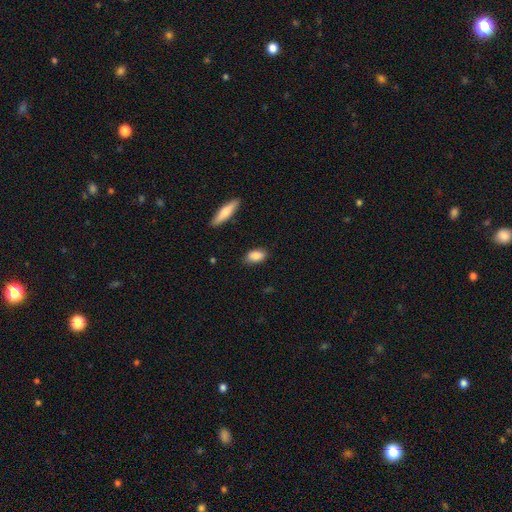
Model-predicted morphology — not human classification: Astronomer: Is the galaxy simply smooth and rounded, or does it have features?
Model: smooth — 85%.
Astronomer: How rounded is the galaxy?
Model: in between — 89%.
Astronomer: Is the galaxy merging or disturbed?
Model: none — 84%.